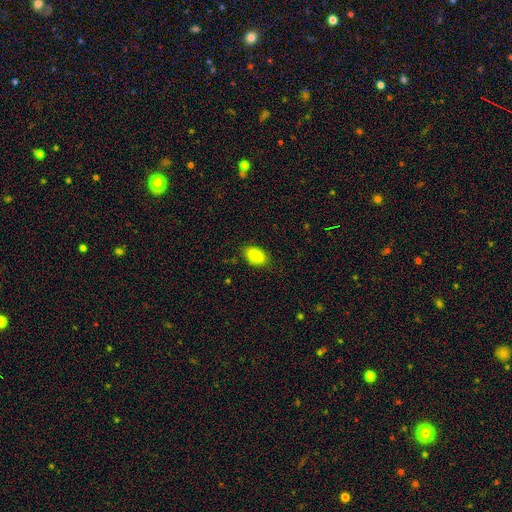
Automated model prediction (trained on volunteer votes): The model was most divided on "smooth or featured": smooth: 83%, featured or disk: 9%, star or artifact: 8%. More confident: how rounded — in between (90%); merging — none (86%).